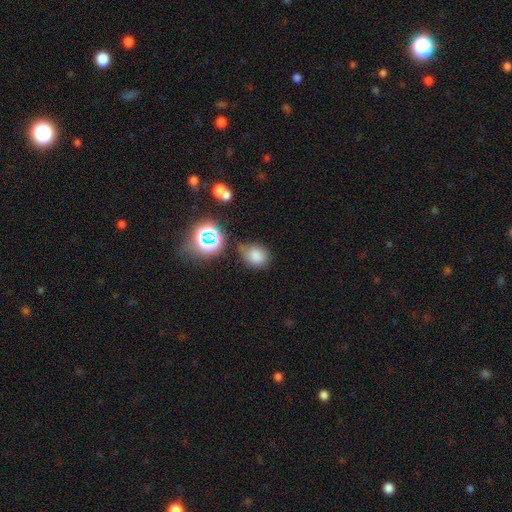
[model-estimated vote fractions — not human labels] This is likely a smooth galaxy (74%). How rounded: possibly round (60%). Merging: likely none (66%).